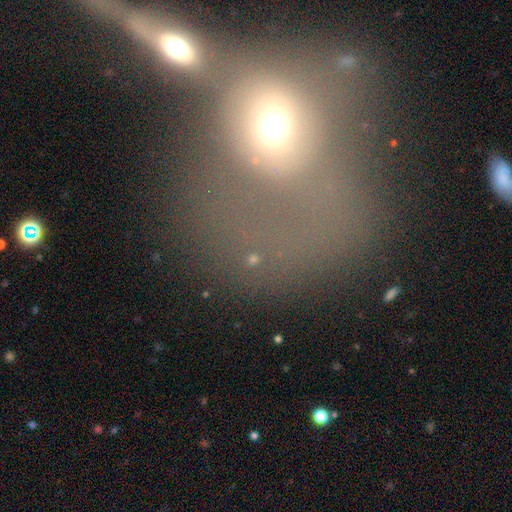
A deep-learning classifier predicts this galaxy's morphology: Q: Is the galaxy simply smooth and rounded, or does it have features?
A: smooth — 49%.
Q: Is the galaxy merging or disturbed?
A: merger — 41%.